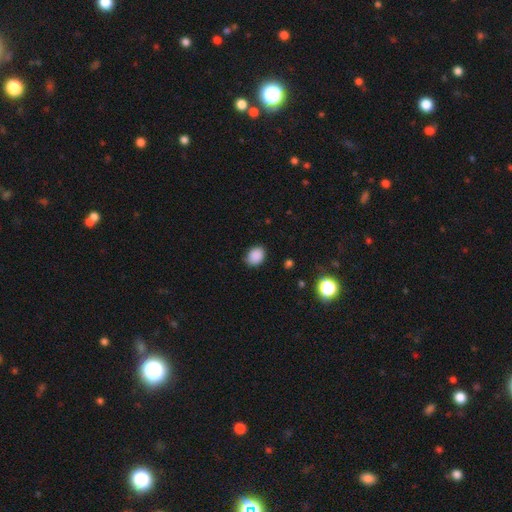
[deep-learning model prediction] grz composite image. It shows a smooth galaxy with no disk features (88%) that is in between round and cigar-shaped (60%). Merging: none (83%).